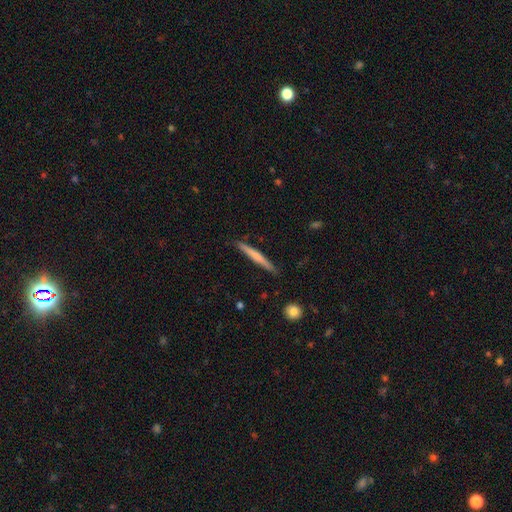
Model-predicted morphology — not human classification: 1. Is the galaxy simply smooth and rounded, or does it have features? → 55% smooth, 39% featured or disk, 5% star or artifact.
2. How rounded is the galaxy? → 96% cigar-shaped, 2% in between, 1% round.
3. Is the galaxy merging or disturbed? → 88% none, 9% minor disturbance, 2% major disturbance, 1% merger.